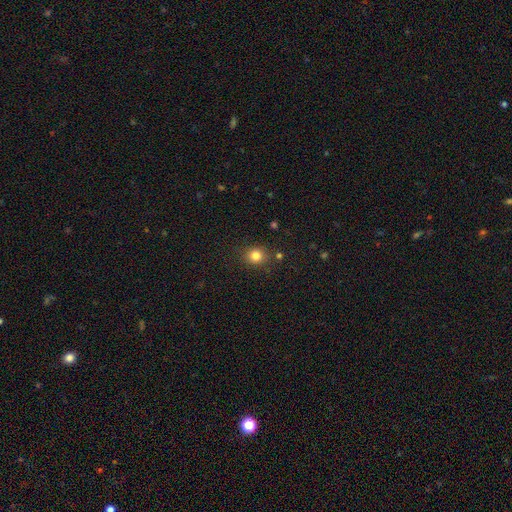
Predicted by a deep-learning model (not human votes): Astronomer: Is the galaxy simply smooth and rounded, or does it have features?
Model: smooth — 82%.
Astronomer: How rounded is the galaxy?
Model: round — 81%.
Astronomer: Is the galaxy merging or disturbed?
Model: none — 84%.